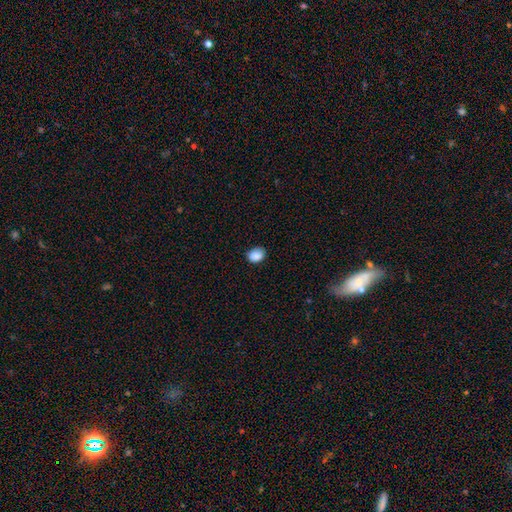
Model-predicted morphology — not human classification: smooth_or_featured: smooth (p=0.88) [alt: star or artifact p=0.09]
how_rounded: in between (p=0.54) [alt: round p=0.45]
merging: none (p=0.78) [alt: minor disturbance p=0.18]